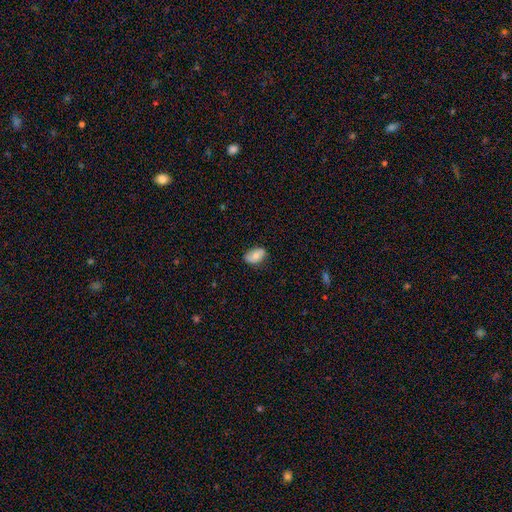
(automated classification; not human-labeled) This is likely a smooth galaxy (65%). How rounded: clearly in between (88%). Merging: likely none (78%).